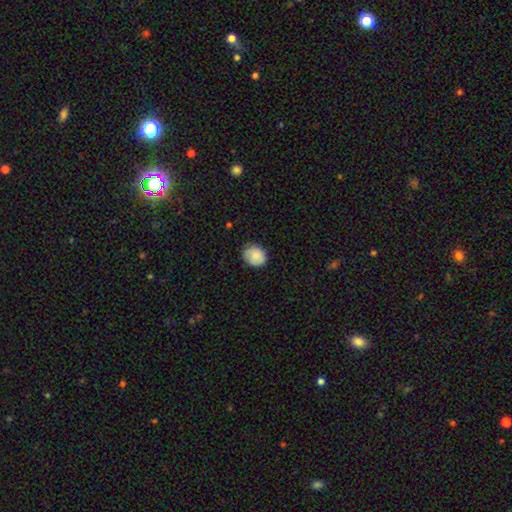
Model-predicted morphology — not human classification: The model was most divided on "how rounded": round: 67%, in between: 32%, cigar-shaped: 1%. More confident: smooth or featured — smooth (84%); merging — none (78%).